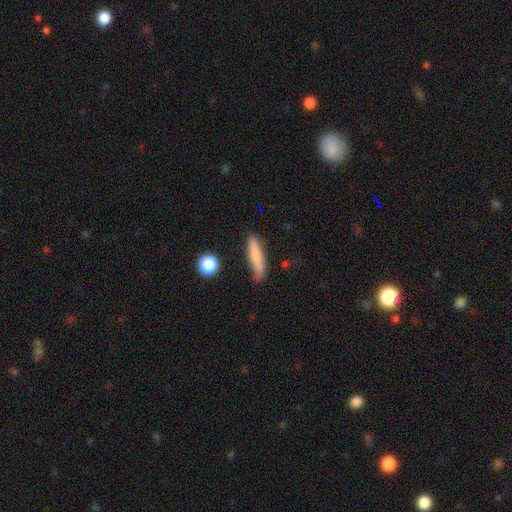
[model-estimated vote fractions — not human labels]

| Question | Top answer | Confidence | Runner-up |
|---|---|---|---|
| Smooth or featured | smooth | 77% | featured or disk (16%) |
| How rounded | cigar-shaped | 79% | in between (18%) |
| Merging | none | 75% | minor disturbance (18%) |